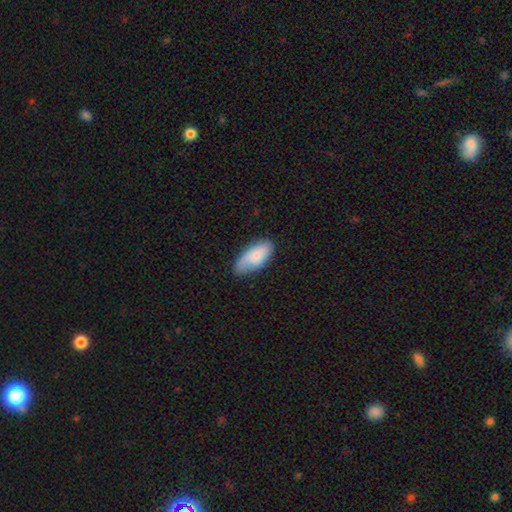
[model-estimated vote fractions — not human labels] Morphology: type=smooth (77%); roundness=in between (90%); merging=none (62%).